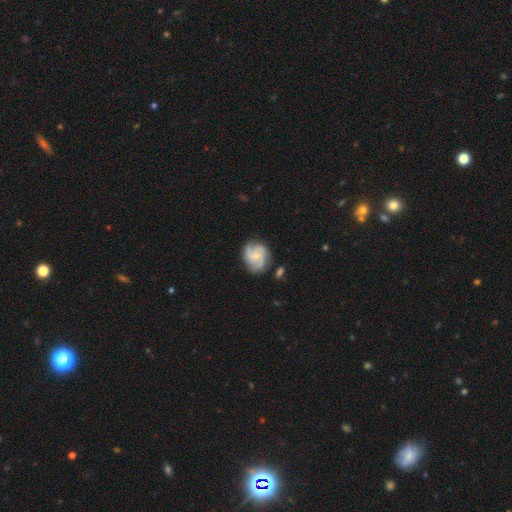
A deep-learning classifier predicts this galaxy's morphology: Overall: featured or disk (80%). Edge-on disk: no (98%). Bar: no (61%; weak 34%). Spiral arms: yes (97%). Spiral arm count: 3 (58%; 2 19%). Spiral winding: medium (49%; tight 35%). Bulge size: small (62%; moderate 28%). Merging: none (75%).